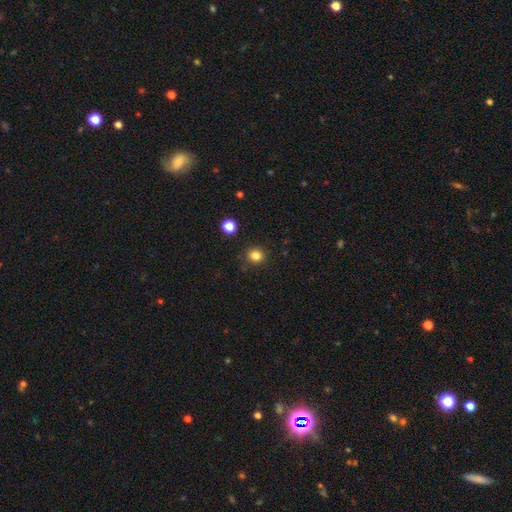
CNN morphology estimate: Q: Smooth or featured?
A: smooth (83%); runner-up: star or artifact (13%)
Q: How rounded?
A: round (90%); runner-up: in between (9%)
Q: Merging?
A: none (87%); runner-up: minor disturbance (8%)